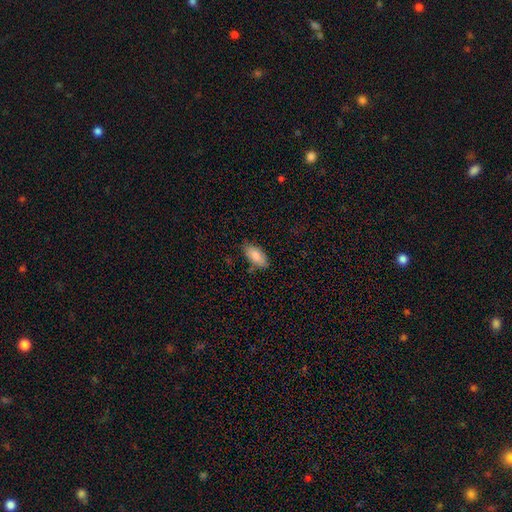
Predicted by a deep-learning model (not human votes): Smooth or featured? smooth (82%)
How rounded? in between (92%)
Merging? none (77%)